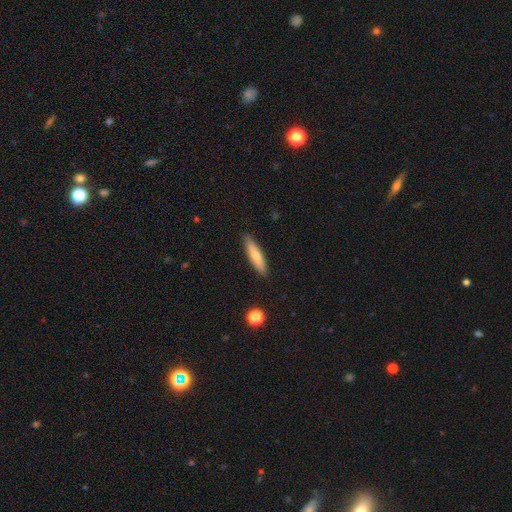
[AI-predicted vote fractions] This is likely a smooth galaxy (72%). How rounded: clearly cigar-shaped (82%). Merging: clearly none (88%).